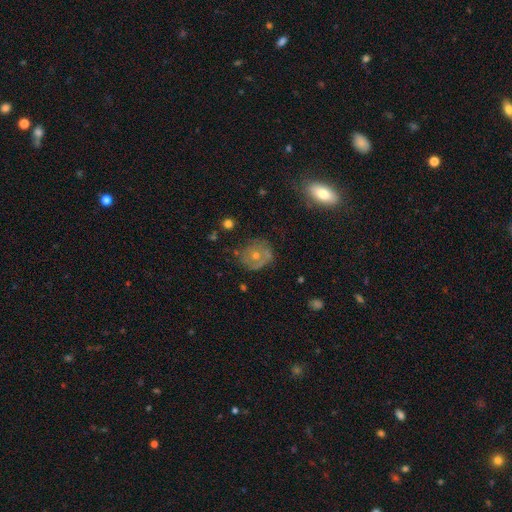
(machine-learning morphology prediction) Smooth or featured? Predicted: featured or disk (p=0.53). Edge-on disk? Predicted: no (p=0.95). Bar? Predicted: no (p=0.85). Spiral arms? Predicted: yes (p=0.52). Bulge size? Predicted: small (p=0.49). Merging? Predicted: none (p=0.64).